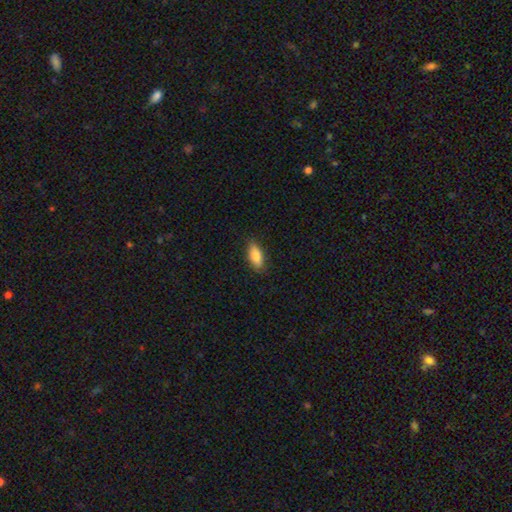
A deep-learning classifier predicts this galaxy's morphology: A smooth galaxy with no disk features (81%) that is in between round and cigar-shaped (76%).

Vote fractions:
- Smooth or featured? smooth: 81% / featured or disk: 12% / star or artifact: 7%
- How rounded? in between: 76% / cigar-shaped: 21% / round: 3%
- Merging? none: 83% / minor disturbance: 13% / major disturbance: 2% / merger: 1%